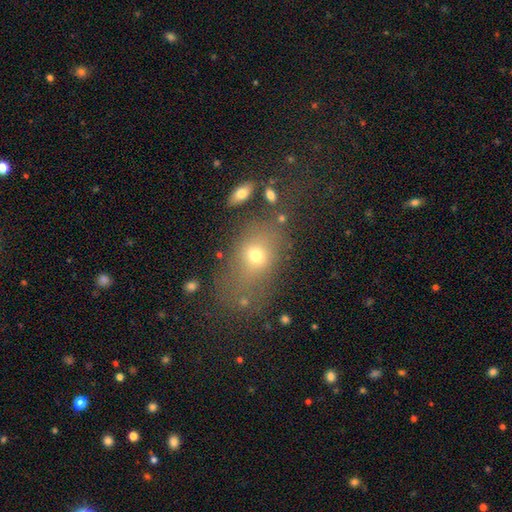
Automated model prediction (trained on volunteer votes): The model was most divided on "merging": none: 55%, minor disturbance: 19%, major disturbance: 16%, merger: 10%. More confident: how rounded — in between (72%); smooth or featured — smooth (64%).